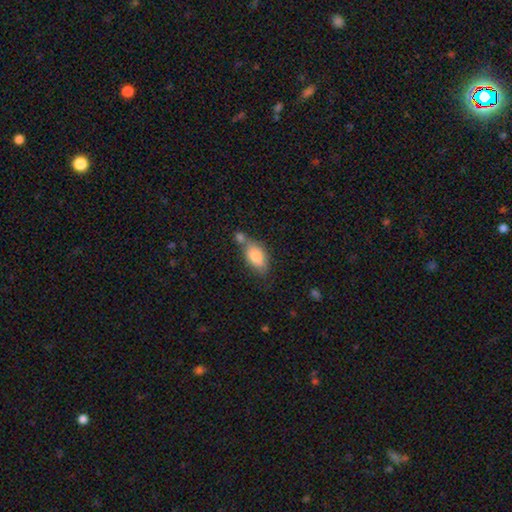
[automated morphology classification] The model was most divided on "merging": none: 42%, merger: 33%, minor disturbance: 19%, major disturbance: 6%. More confident: how rounded — in between (89%); smooth or featured — smooth (79%).